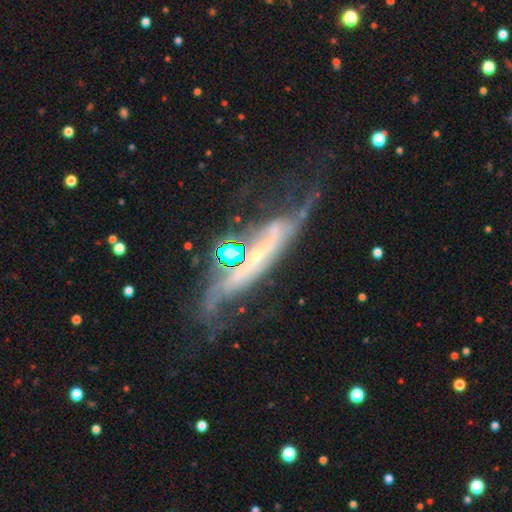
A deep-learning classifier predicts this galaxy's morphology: Smooth or featured?
  - featured or disk: 74% *
  - smooth: 14%
  - star or artifact: 12%
Edge-on disk?
  - no: 51% *
  - yes: 49%
Merging?
  - none: 41% *
  - major disturbance: 27%
  - minor disturbance: 22%
  - merger: 9%